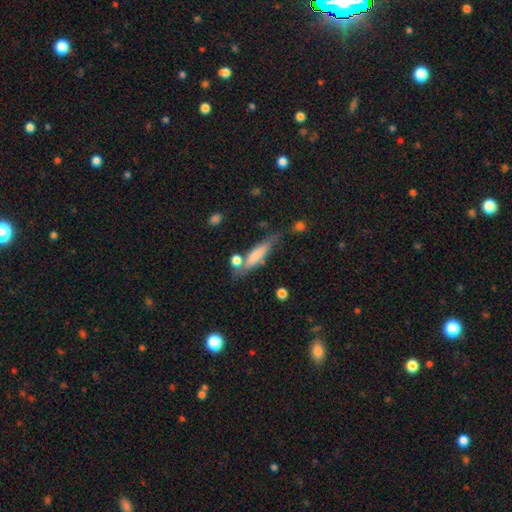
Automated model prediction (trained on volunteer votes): This appears to be a smooth galaxy with no disk features (71%) that is cigar-shaped (67%). Merging: none (56%).